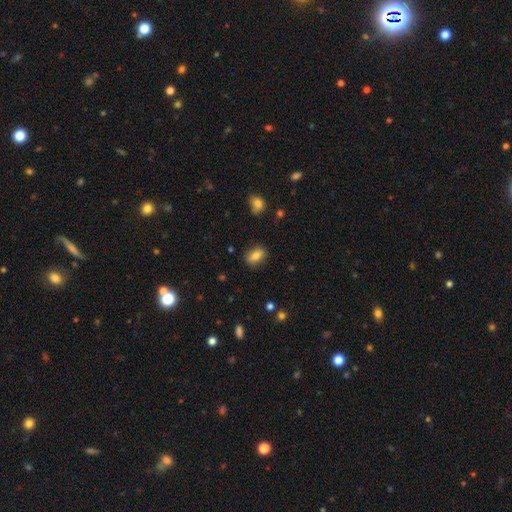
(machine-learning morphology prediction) smooth_or_featured: smooth (p=0.81) [alt: featured or disk p=0.10]
how_rounded: in between (p=0.81) [alt: round p=0.16]
merging: none (p=0.85) [alt: minor disturbance p=0.11]